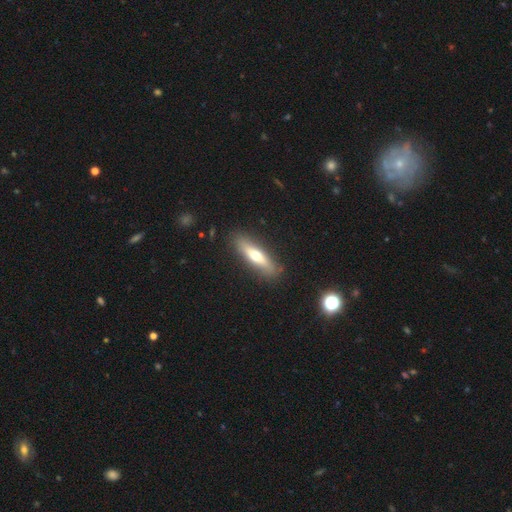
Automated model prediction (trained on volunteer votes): smooth-or-featured: smooth: 54% | featured or disk: 40% | star or artifact: 6%
  how-rounded: cigar-shaped: 71% | in between: 27% | round: 2%
  merging: none: 86% | minor disturbance: 10% | major disturbance: 2% | merger: 2%